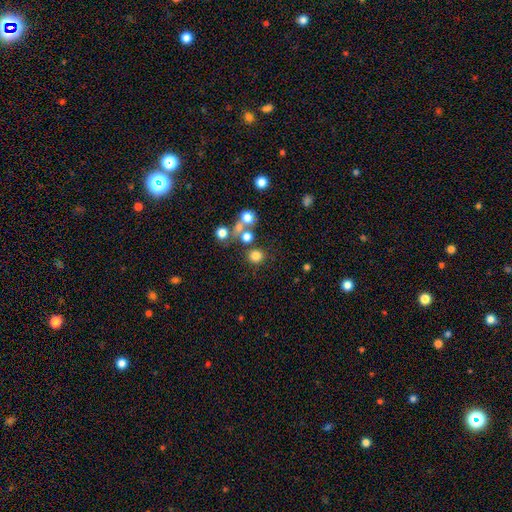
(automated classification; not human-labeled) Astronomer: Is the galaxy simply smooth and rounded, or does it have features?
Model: smooth — 76%.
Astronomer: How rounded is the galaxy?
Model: round — 91%.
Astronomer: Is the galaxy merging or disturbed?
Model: none — 77%.